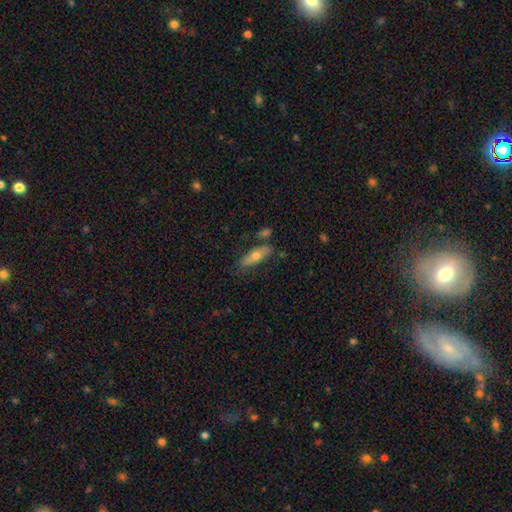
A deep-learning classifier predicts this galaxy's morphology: type=smooth (56%); roundness=in between (56%); merging=none (69%).